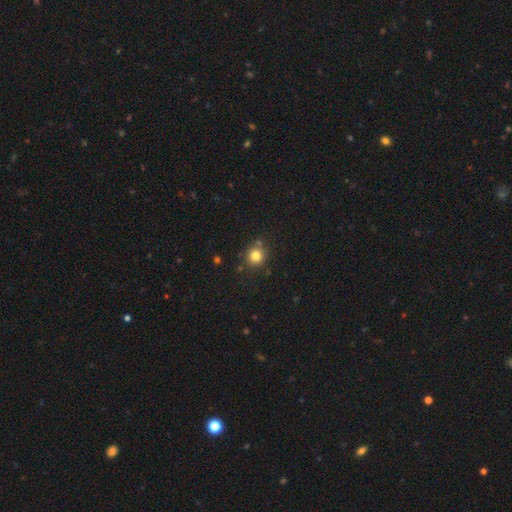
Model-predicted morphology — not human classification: Overall: smooth (81%). How rounded: round (89%). Merging: none (80%).